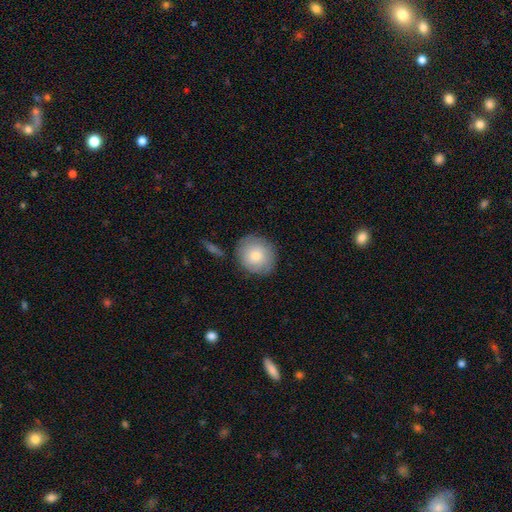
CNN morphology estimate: This is likely a smooth galaxy (73%). How rounded: clearly round (84%). Merging: clearly none (80%).